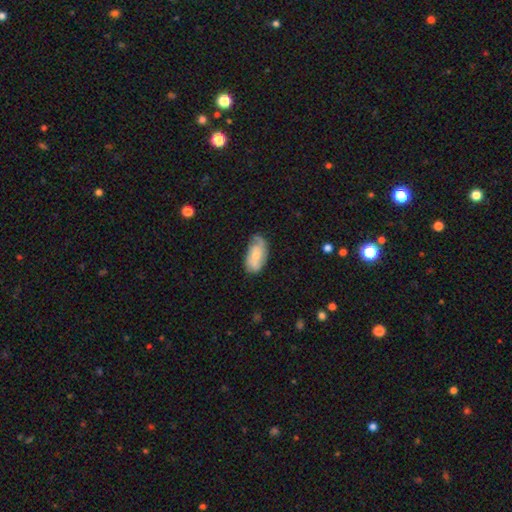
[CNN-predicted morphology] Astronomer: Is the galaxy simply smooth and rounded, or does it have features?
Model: smooth — 47% (runner-up: featured or disk, 46%).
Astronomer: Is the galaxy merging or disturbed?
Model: none — 57%.